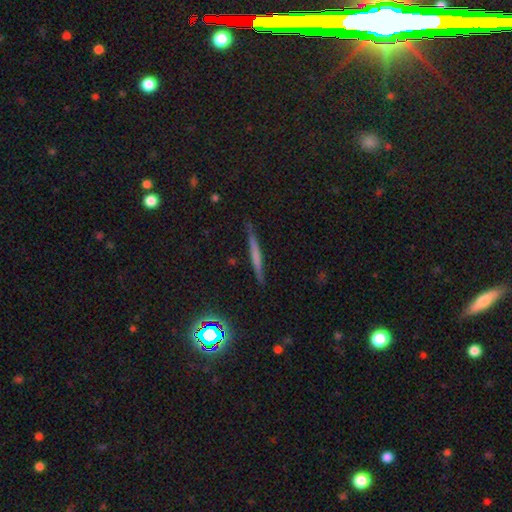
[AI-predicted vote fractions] Smooth or featured? featured or disk (44%, tied with smooth)
Merging? none (87%)